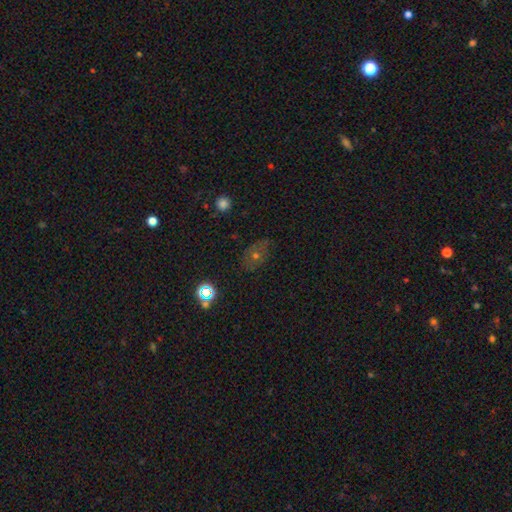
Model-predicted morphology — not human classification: type=smooth (43%); merging=none (71%).